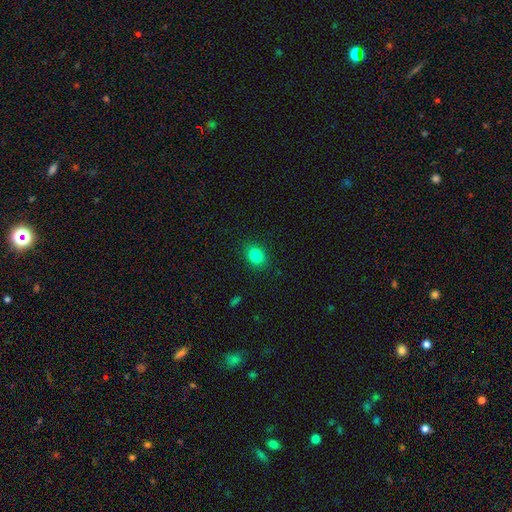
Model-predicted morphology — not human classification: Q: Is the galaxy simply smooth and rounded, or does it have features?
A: smooth — 83%.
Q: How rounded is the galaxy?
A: round — 51%.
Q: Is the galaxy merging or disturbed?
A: none — 88%.